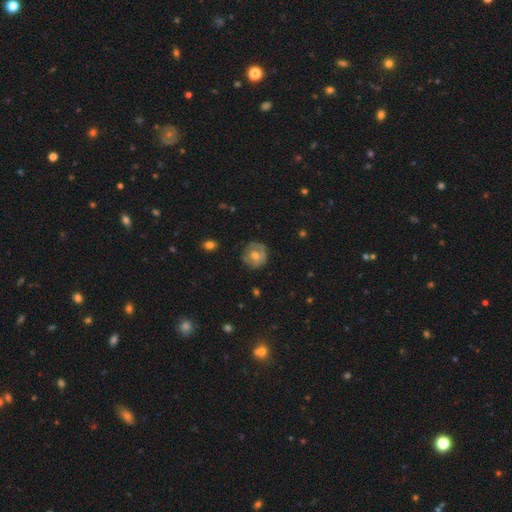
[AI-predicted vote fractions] A smooth galaxy with no disk features (54%) that is round (86%).

Vote fractions:
- Smooth or featured? smooth: 54% / featured or disk: 36% / star or artifact: 10%
- How rounded? round: 86% / in between: 13% / cigar-shaped: 1%
- Merging? none: 74% / minor disturbance: 19% / major disturbance: 6% / merger: 1%